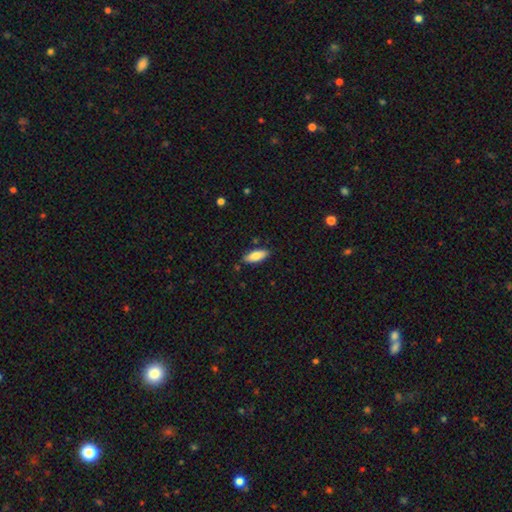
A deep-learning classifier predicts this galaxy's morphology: This appears to be a smooth galaxy with no disk features (80%) that is in between round and cigar-shaped (70%). Merging: none (85%).